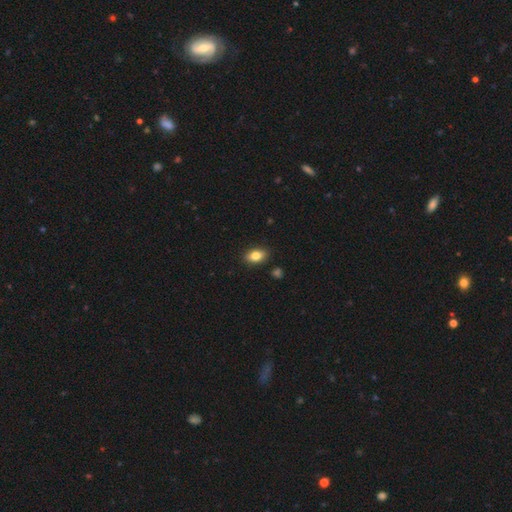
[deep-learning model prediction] This appears to be a smooth galaxy with no disk features (81%) that is in between round and cigar-shaped (87%). Merging: none (88%).